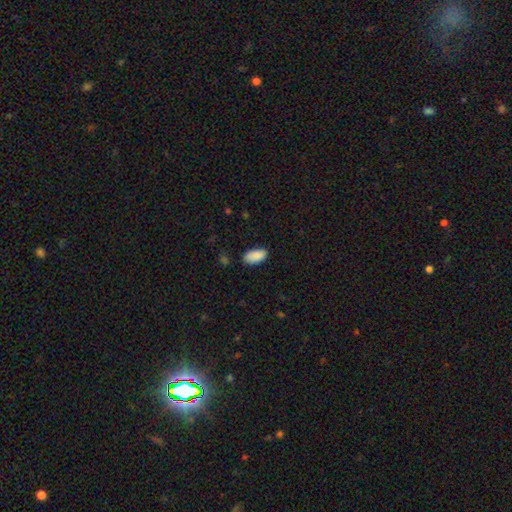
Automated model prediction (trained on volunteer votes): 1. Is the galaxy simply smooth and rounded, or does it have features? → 90% smooth, 7% star or artifact, 4% featured or disk.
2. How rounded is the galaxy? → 94% in between, 4% cigar-shaped, 2% round.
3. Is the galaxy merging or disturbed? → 82% none, 14% minor disturbance, 3% major disturbance, 1% merger.